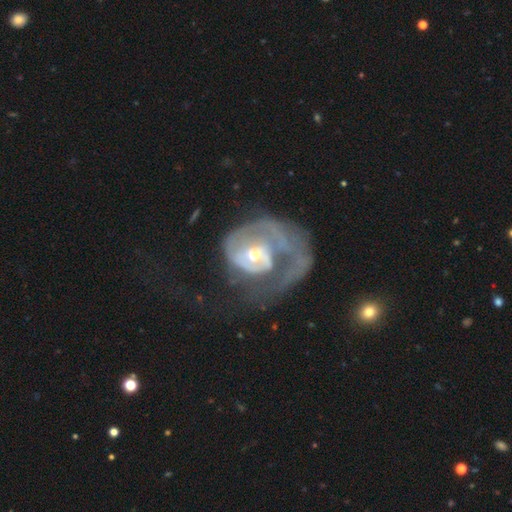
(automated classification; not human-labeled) Overall: featured or disk (76%). Edge-on disk: no (97%). Bar: no (67%). Spiral arms: yes (70%). Spiral arm count: 1 (57%; can't tell 20%). Spiral winding: tight (39%; medium 32%). Bulge size: moderate (61%; small 32%). Merging: major disturbance (64%).